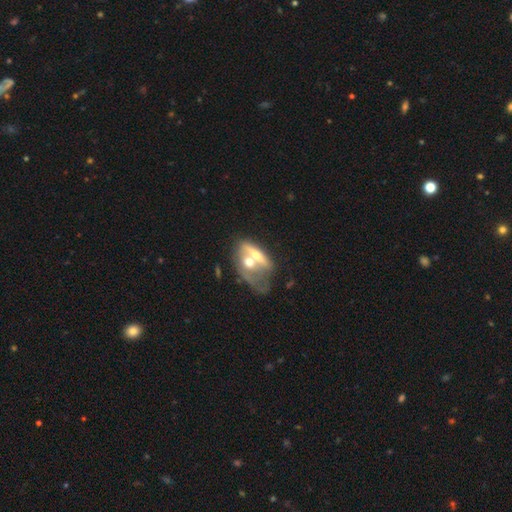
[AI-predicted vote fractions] Smooth or featured? Predicted: featured or disk (p=0.55). Edge-on disk? Predicted: no (p=0.66). Merging? Predicted: merger (p=0.61).